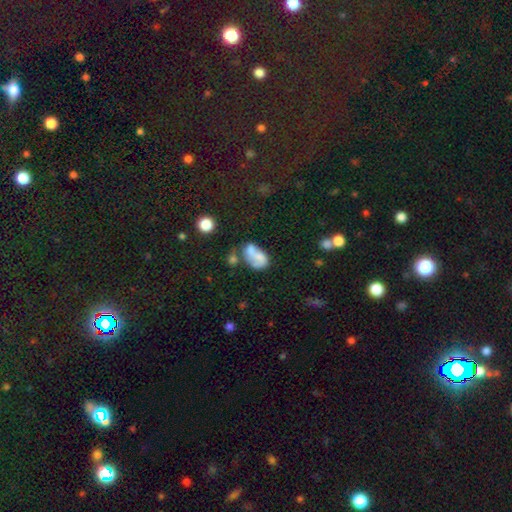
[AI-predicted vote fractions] Overall: smooth (49%; featured or disk 40%). Merging: merger (36%; none 25%).